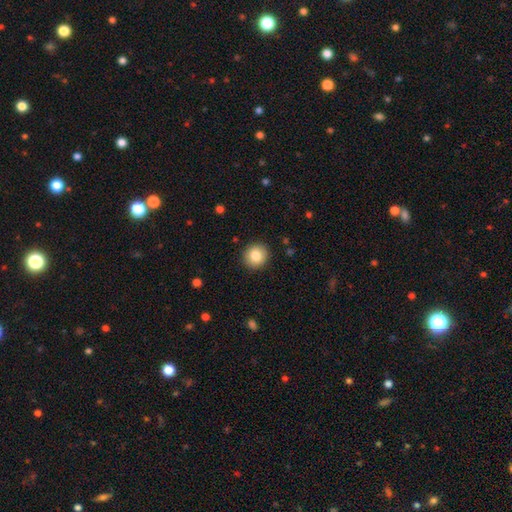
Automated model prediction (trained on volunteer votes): This appears to be a smooth galaxy with no disk features (83%) that is round (90%). Merging: none (91%).